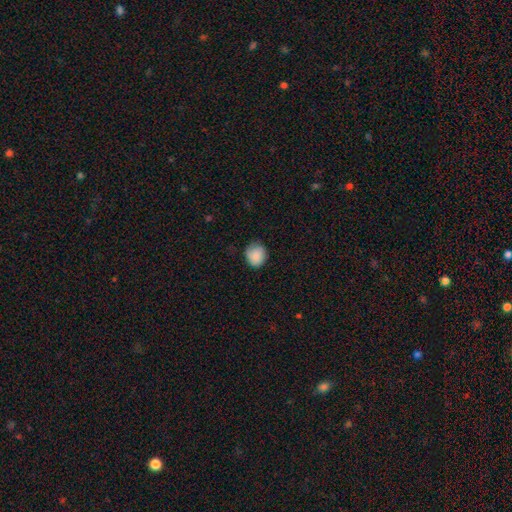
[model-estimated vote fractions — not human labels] smooth-or-featured: smooth: 89% | star or artifact: 8% | featured or disk: 4%
  how-rounded: round: 76% | in between: 23% | cigar-shaped: 1%
  merging: none: 79% | minor disturbance: 17% | major disturbance: 3% | merger: 1%